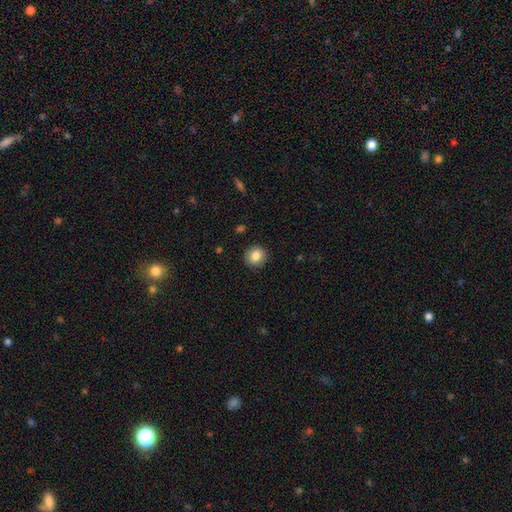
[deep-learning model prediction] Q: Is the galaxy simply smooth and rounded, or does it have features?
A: smooth — 85%.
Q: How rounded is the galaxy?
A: round — 85%.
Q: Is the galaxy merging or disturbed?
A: none — 90%.